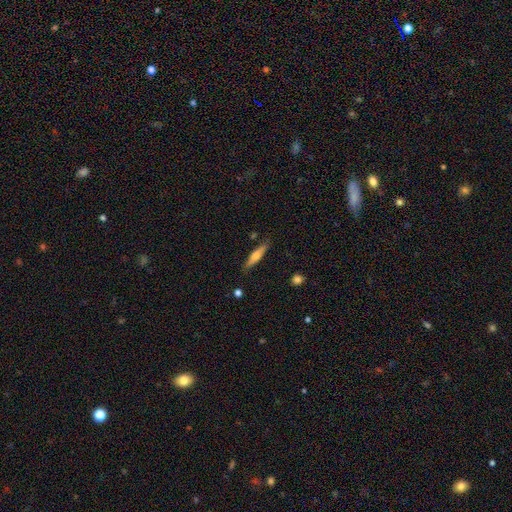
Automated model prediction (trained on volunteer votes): Q: Smooth or featured?
A: featured or disk (47%); runner-up: smooth (46%)
Q: Merging?
A: none (86%); runner-up: minor disturbance (10%)